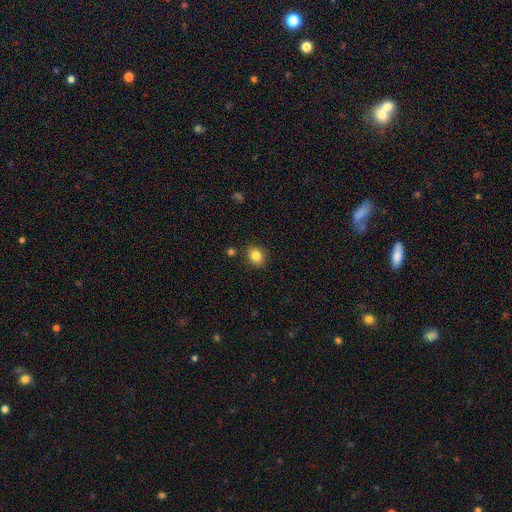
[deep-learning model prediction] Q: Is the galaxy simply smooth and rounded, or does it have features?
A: smooth — 83%.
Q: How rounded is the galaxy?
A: round — 50%.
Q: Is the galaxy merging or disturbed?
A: none — 86%.